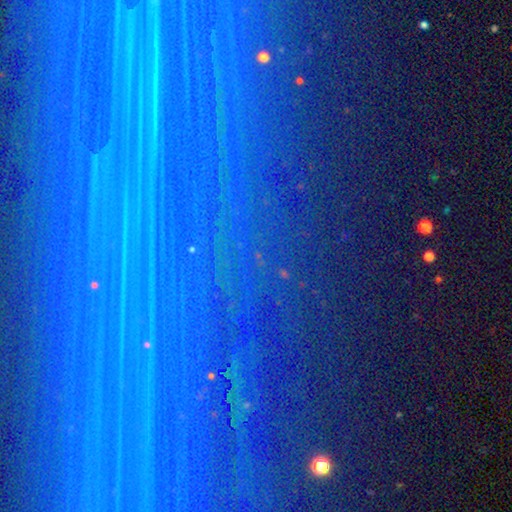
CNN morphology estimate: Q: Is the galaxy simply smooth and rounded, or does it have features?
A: star or artifact — 84%.